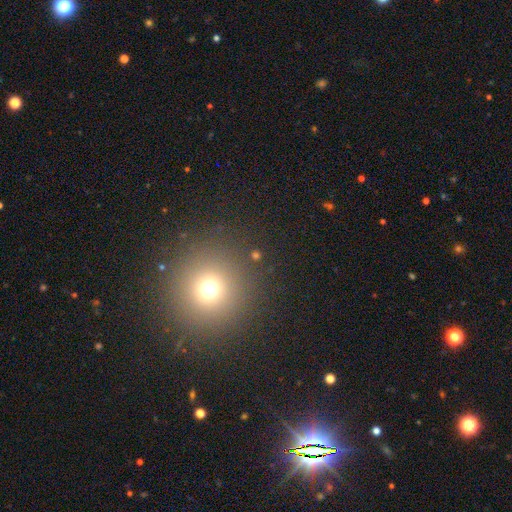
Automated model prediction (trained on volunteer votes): This is likely a smooth galaxy (61%). How rounded: clearly round (93%). Merging: clearly none (87%).